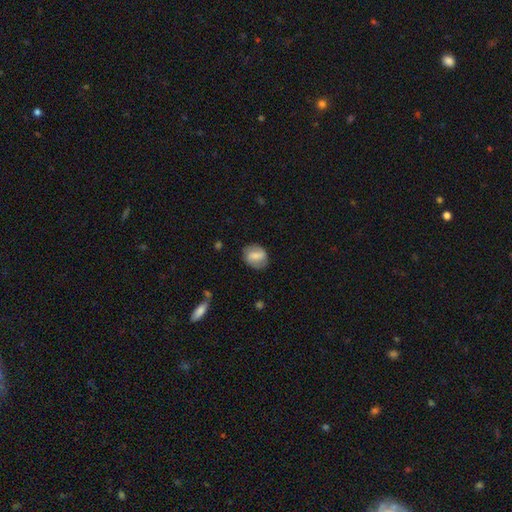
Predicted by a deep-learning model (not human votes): The model was most divided on "how rounded": in between: 50%, round: 48%, cigar-shaped: 2%. More confident: merging — none (80%); smooth or featured — smooth (62%).